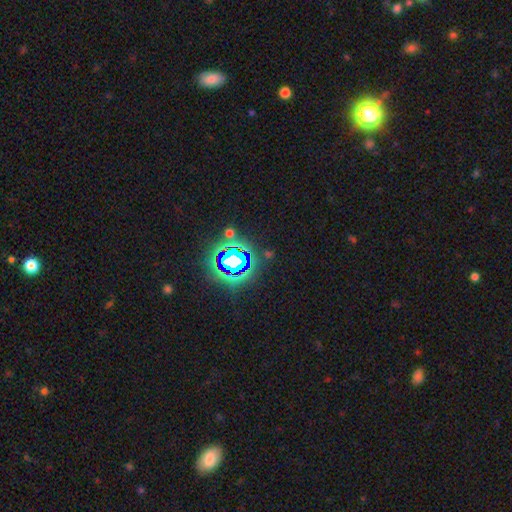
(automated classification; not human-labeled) Smooth or featured: star or artifact — 79% (smooth — 14%)